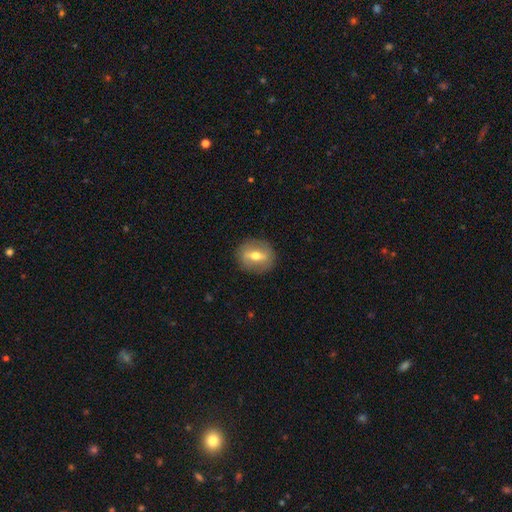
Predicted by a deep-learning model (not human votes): A featured or disk galaxy (52%).

Vote fractions:
- Smooth or featured? featured or disk: 52% / smooth: 40% / star or artifact: 8%
- Edge-on disk? no: 75% / yes: 25%
- Merging? none: 87% / minor disturbance: 9% / major disturbance: 3% / merger: 1%